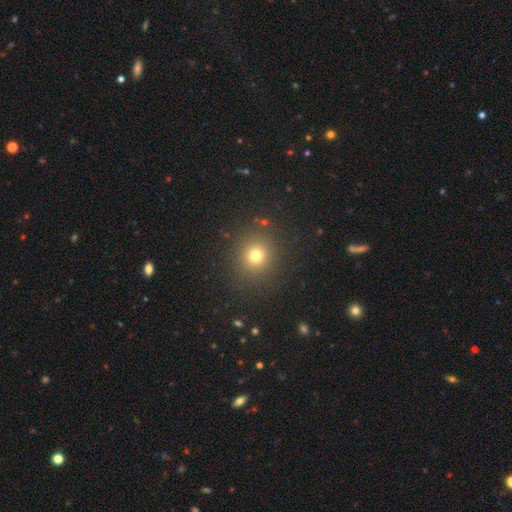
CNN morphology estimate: This is likely a smooth galaxy (73%). How rounded: clearly round (90%). Merging: clearly none (88%).